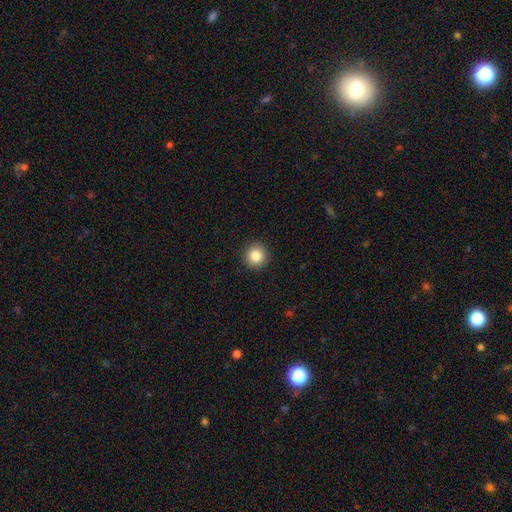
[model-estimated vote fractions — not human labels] Smooth or featured?
  - smooth: 84% *
  - star or artifact: 10%
  - featured or disk: 5%
How rounded?
  - round: 94% *
  - in between: 5%
  - cigar-shaped: 1%
Merging?
  - none: 93% *
  - minor disturbance: 5%
  - major disturbance: 2%
  - merger: 1%